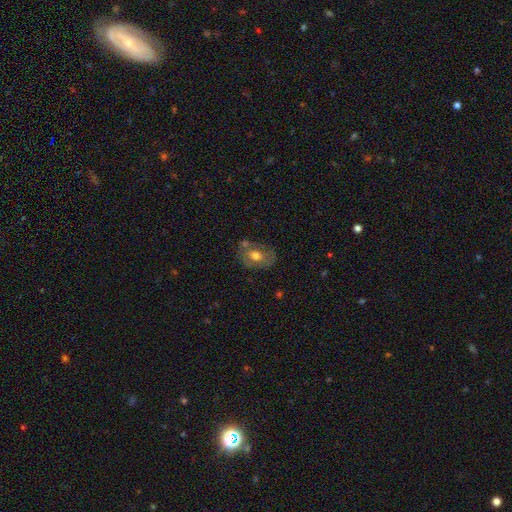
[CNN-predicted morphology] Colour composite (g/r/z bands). It shows a smooth galaxy with no disk features (57%) that is in between round and cigar-shaped (68%). Merging: none (61%).